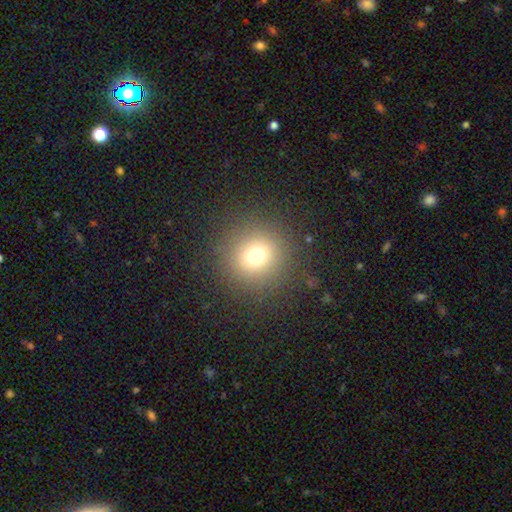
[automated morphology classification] Smooth or featured? smooth (70%)
How rounded? round (93%)
Merging? none (87%)